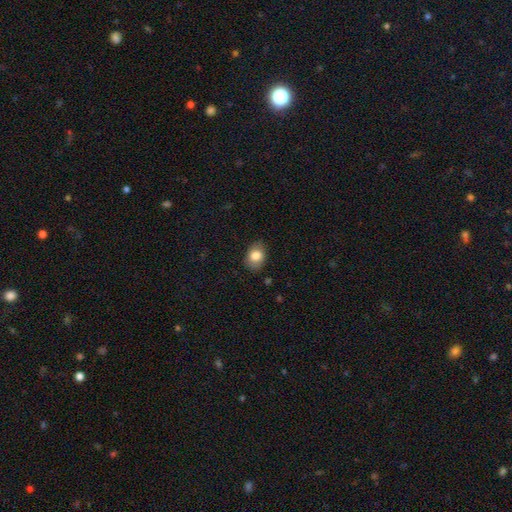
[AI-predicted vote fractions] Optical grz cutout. It shows a smooth galaxy with no disk features (80%) that is in between round and cigar-shaped (75%). Merging: none (79%).